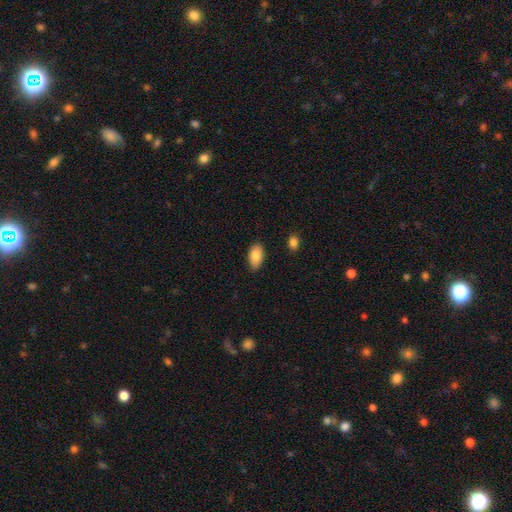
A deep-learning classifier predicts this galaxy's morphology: The model was most divided on "merging": none: 84%, minor disturbance: 13%, major disturbance: 2%, merger: 2%. More confident: how rounded — in between (94%); smooth or featured — smooth (86%).